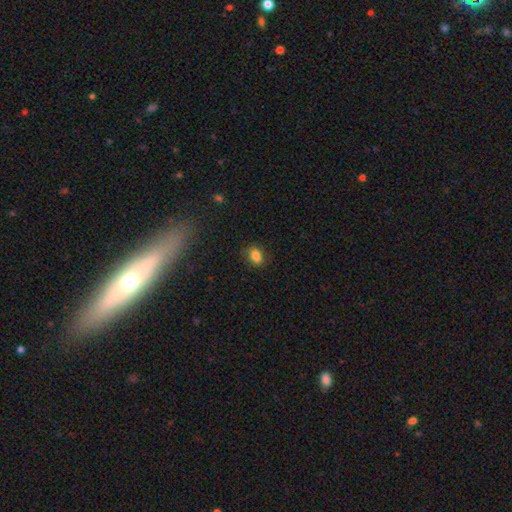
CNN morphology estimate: A smooth galaxy with no disk features (85%) that is in between round and cigar-shaped (72%).

Vote fractions:
- Smooth or featured? smooth: 85% / star or artifact: 10% / featured or disk: 5%
- How rounded? in between: 72% / round: 27% / cigar-shaped: 1%
- Merging? none: 84% / minor disturbance: 12% / major disturbance: 3% / merger: 1%